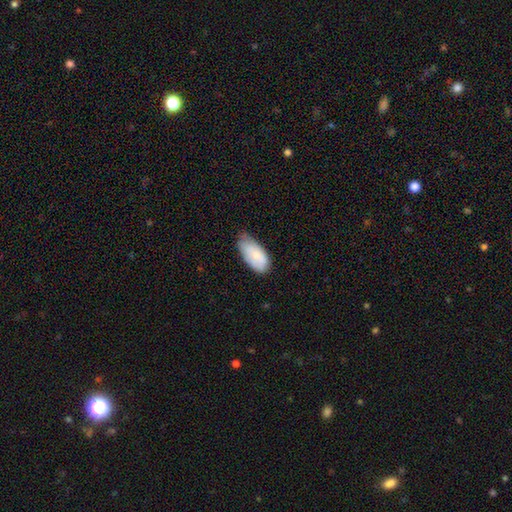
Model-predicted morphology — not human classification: This is likely a smooth galaxy (75%). How rounded: clearly in between (94%). Merging: possibly none (46%).